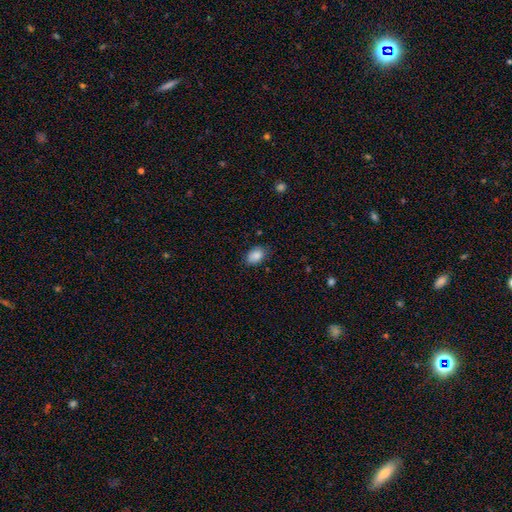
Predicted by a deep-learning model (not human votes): smooth_or_featured: smooth (p=0.87) [alt: star or artifact p=0.08]
how_rounded: in between (p=0.84) [alt: round p=0.15]
merging: none (p=0.78) [alt: minor disturbance p=0.17]